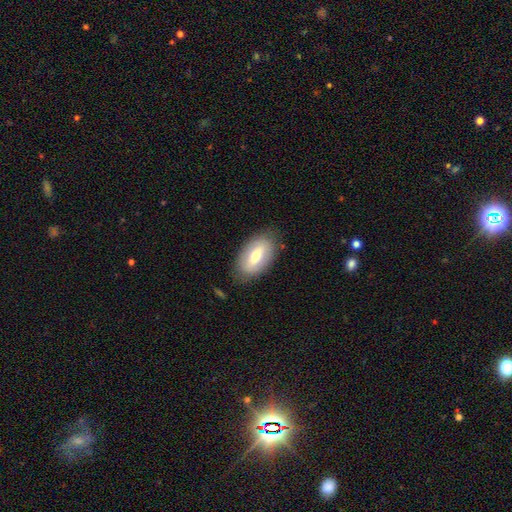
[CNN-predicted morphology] Q: Smooth or featured?
A: smooth (58%); runner-up: featured or disk (36%)
Q: How rounded?
A: in between (92%); runner-up: round (5%)
Q: Merging?
A: none (81%); runner-up: minor disturbance (14%)